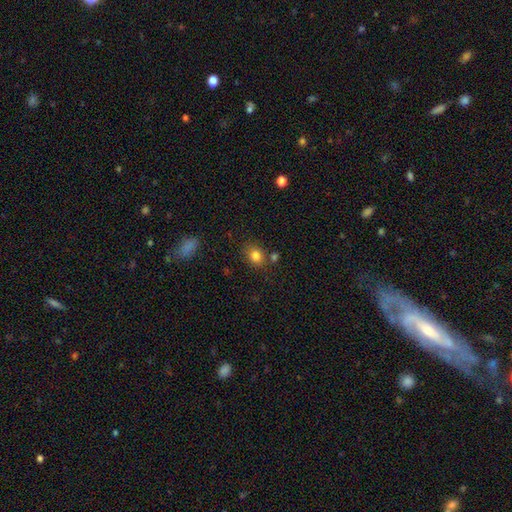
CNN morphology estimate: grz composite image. It shows a smooth galaxy with no disk features (82%) that is round (53%). Merging: none (72%).